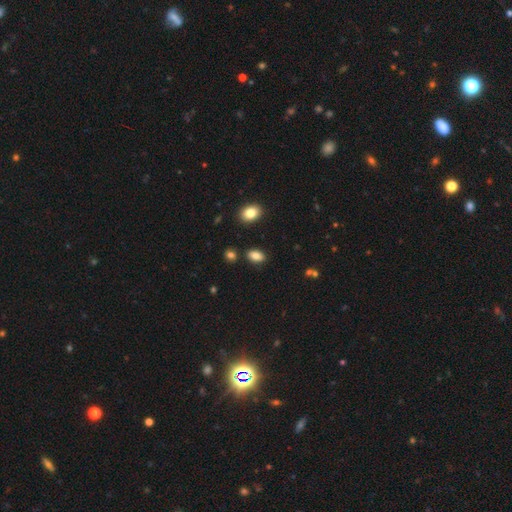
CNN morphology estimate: The model was most divided on "merging": none: 84%, minor disturbance: 10%, merger: 4%, major disturbance: 2%. More confident: how rounded — in between (90%); smooth or featured — smooth (85%).